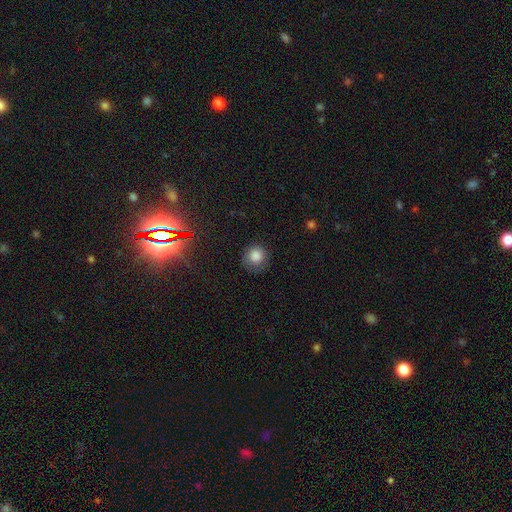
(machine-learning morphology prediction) A smooth galaxy with no disk features (82%) that is round (89%). Merging: none (76%).